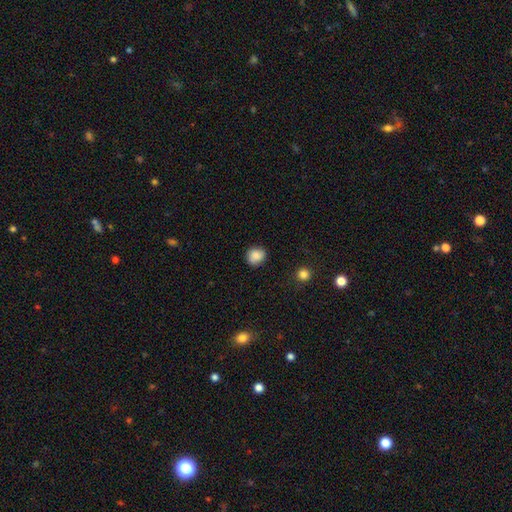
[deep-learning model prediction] The model was most divided on "how rounded": round: 78%, in between: 21%, cigar-shaped: 1%. More confident: smooth or featured — smooth (85%); merging — none (83%).